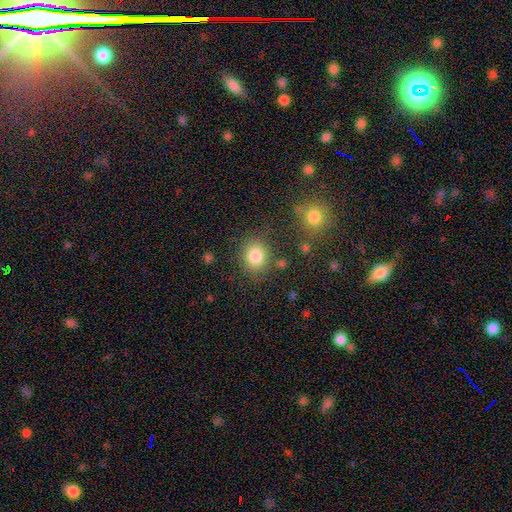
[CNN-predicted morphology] This appears to be a smooth galaxy with no disk features (83%) that is round (66%). Merging: none (79%).